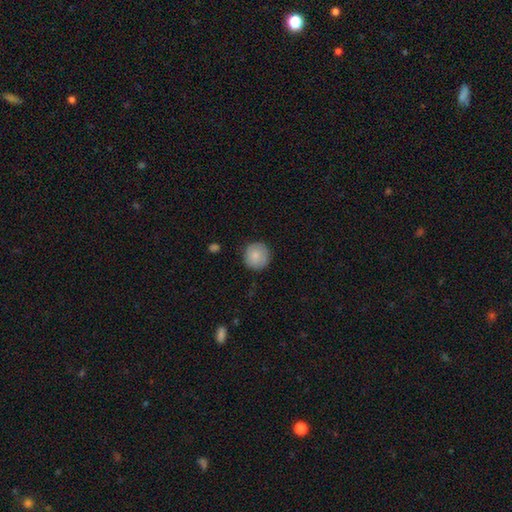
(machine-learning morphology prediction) type=smooth (85%); roundness=round (94%); merging=none (87%).